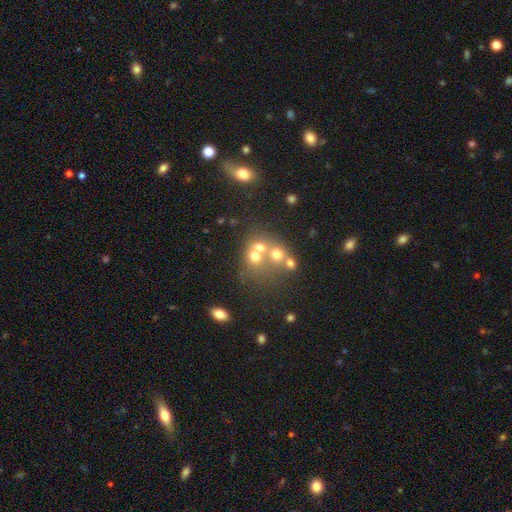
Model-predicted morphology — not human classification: type=smooth (53%); roundness=round (71%); merging=merger (48%).